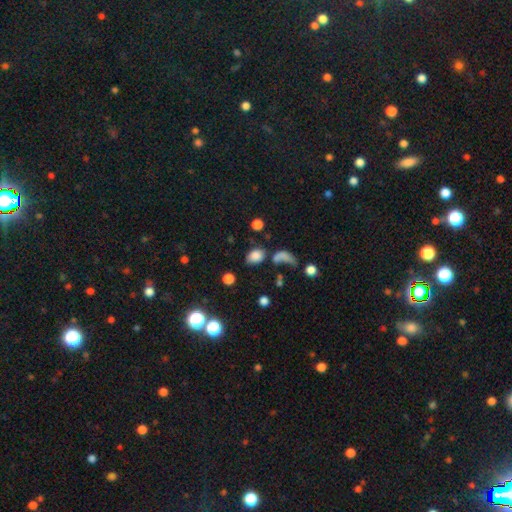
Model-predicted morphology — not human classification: type=smooth (77%); roundness=in between (73%); merging=none (48%).